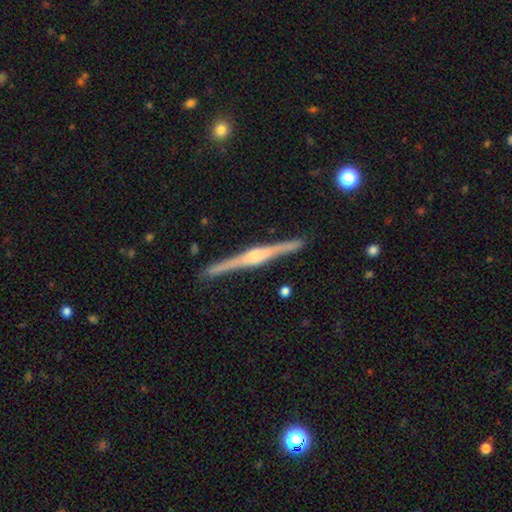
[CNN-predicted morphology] This is clearly a featured or disk galaxy (86%). It is clearly viewed edge-on (99%). Edge-on bulge: likely rounded (78%). Merging: clearly none (91%).